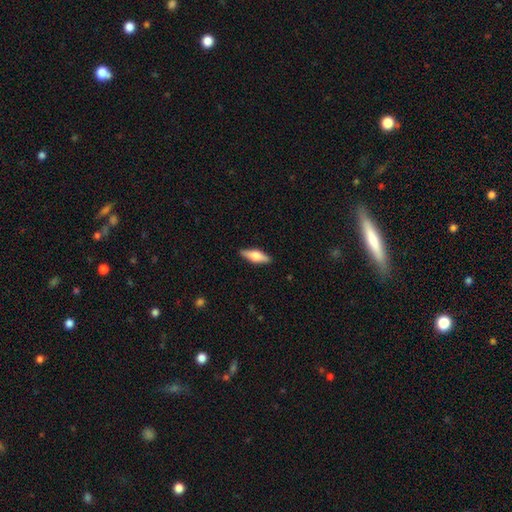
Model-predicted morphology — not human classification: Smooth or featured?
  - featured or disk: 48% *
  - smooth: 46%
  - star or artifact: 6%
Merging?
  - none: 90% *
  - minor disturbance: 8%
  - major disturbance: 2%
  - merger: 1%